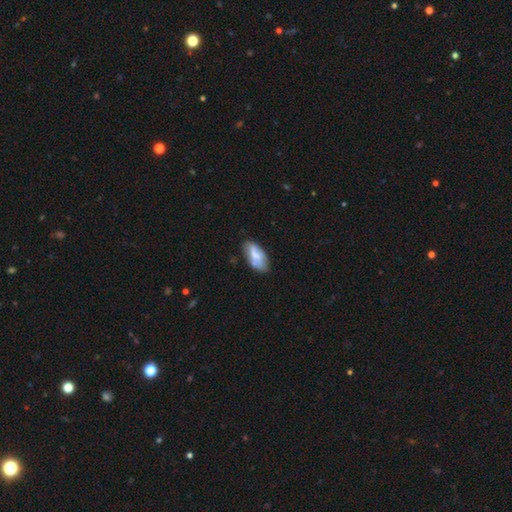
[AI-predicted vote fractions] smooth_or_featured: smooth (p=0.69) [alt: featured or disk p=0.25]
how_rounded: in between (p=0.92) [alt: cigar-shaped p=0.06]
merging: none (p=0.62) [alt: minor disturbance p=0.26]